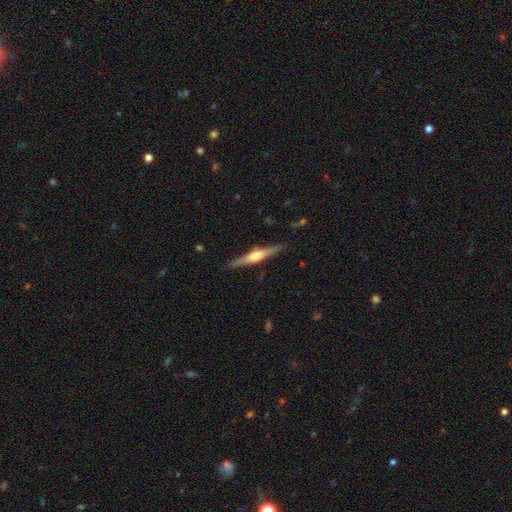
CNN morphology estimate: Smooth or featured?
  - featured or disk: 71% *
  - smooth: 24%
  - star or artifact: 6%
Edge-on disk?
  - yes: 98% *
  - no: 2%
Edge-on bulge?
  - rounded: 87% *
  - boxy: 9%
  - none: 4%
Merging?
  - none: 89% *
  - minor disturbance: 8%
  - major disturbance: 2%
  - merger: 1%